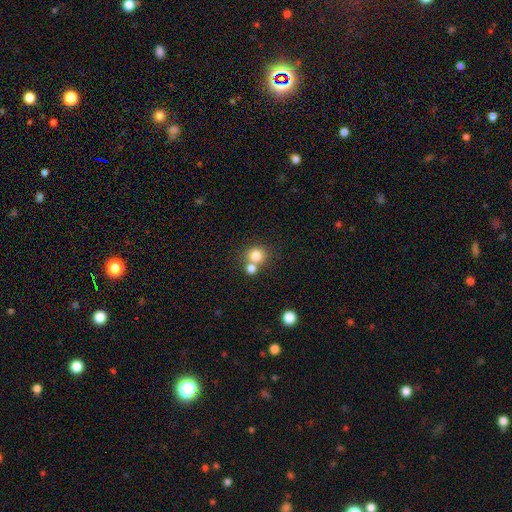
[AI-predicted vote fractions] Q: Smooth or featured?
A: smooth (80%); runner-up: star or artifact (12%)
Q: How rounded?
A: round (85%); runner-up: in between (14%)
Q: Merging?
A: none (56%); runner-up: merger (34%)